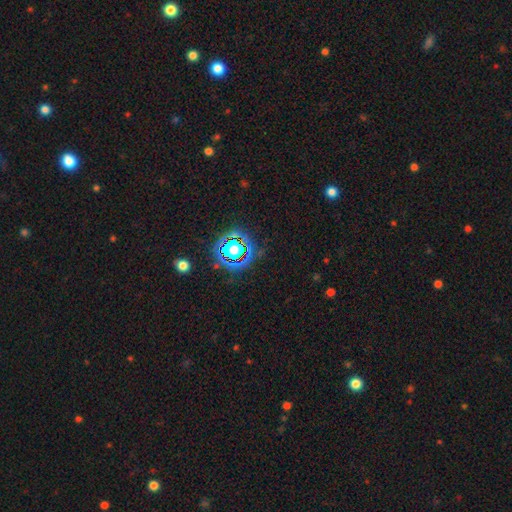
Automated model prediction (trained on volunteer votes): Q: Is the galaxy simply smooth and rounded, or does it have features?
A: star or artifact — 81%.